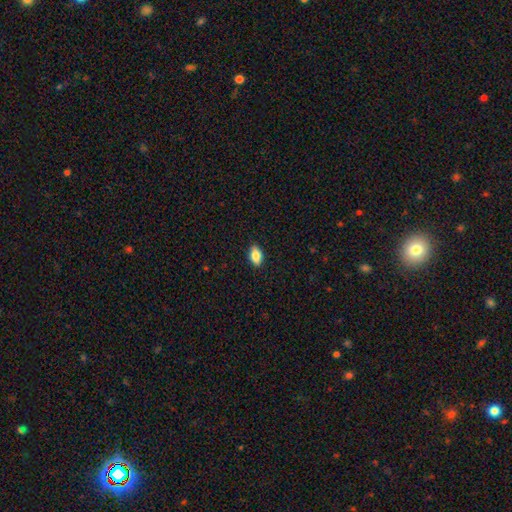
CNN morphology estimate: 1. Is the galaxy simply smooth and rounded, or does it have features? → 83% smooth, 9% featured or disk, 8% star or artifact.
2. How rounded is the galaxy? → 88% in between, 8% round, 4% cigar-shaped.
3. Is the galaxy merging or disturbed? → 89% none, 9% minor disturbance, 2% major disturbance, 1% merger.